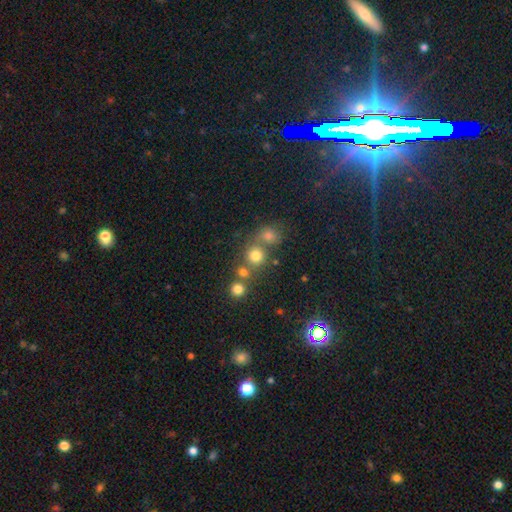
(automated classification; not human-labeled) A smooth galaxy with no disk features (75%) that is round (87%).

Vote fractions:
- Smooth or featured? smooth: 75% / star or artifact: 16% / featured or disk: 9%
- How rounded? round: 87% / in between: 12% / cigar-shaped: 1%
- Merging? none: 55% / merger: 33% / minor disturbance: 7% / major disturbance: 4%